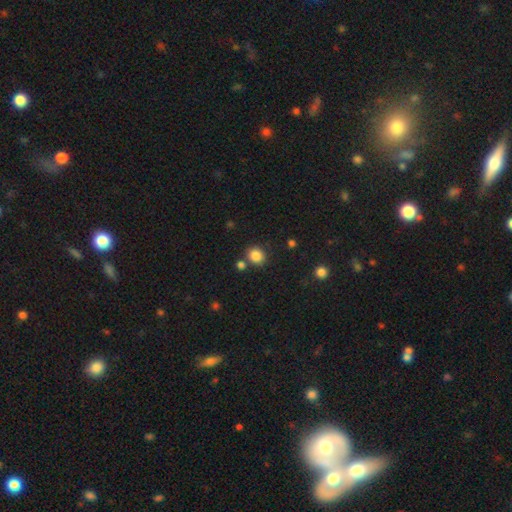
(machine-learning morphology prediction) This appears to be a smooth galaxy with no disk features (85%) that is round (70%). Merging: none (74%).